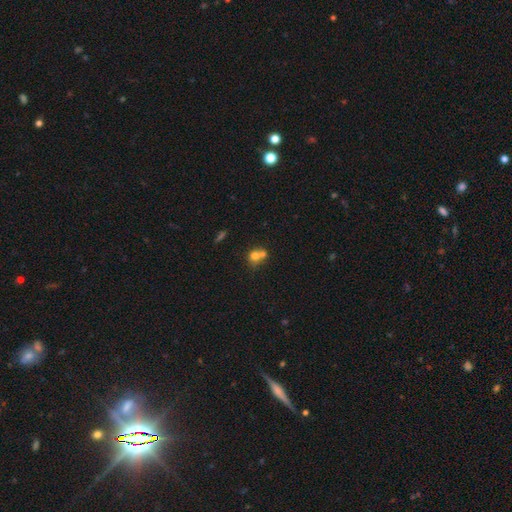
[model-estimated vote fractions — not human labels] Morphology: type=smooth (71%); roundness=round (74%); merging=merger (58%).